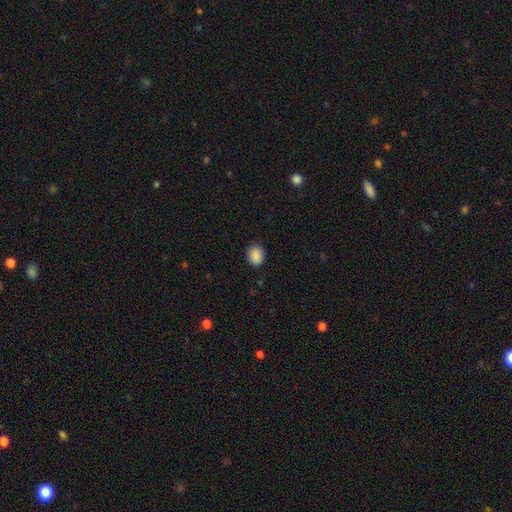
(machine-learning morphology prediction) A smooth galaxy with no disk features (89%) that is in between round and cigar-shaped (51%).

Vote fractions:
- Smooth or featured? smooth: 89% / star or artifact: 8% / featured or disk: 3%
- How rounded? in between: 51% / round: 48% / cigar-shaped: 1%
- Merging? none: 86% / minor disturbance: 11% / major disturbance: 2% / merger: 1%